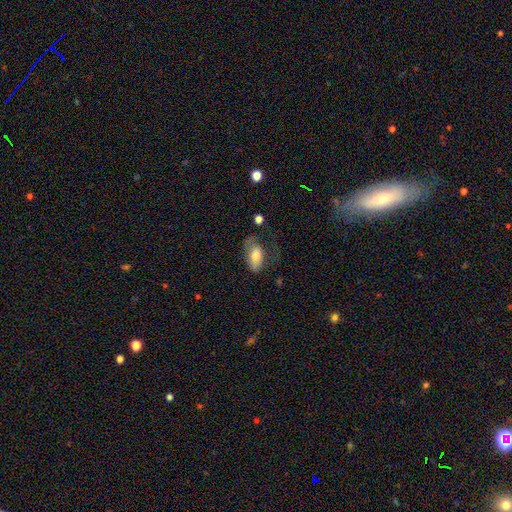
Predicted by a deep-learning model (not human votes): Morphology: type=smooth (69%); roundness=in between (90%); merging=none (38%).